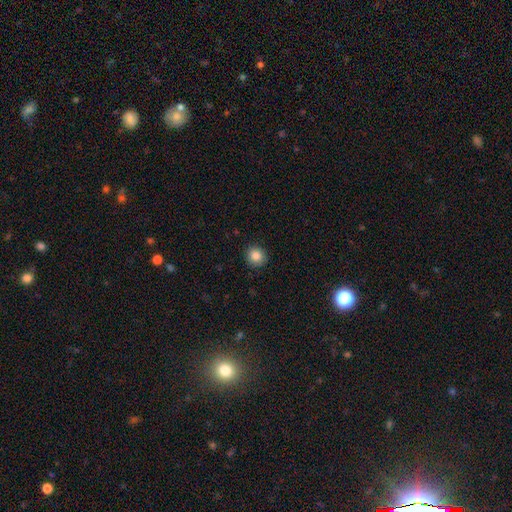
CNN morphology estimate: This is clearly a smooth galaxy (85%). How rounded: clearly round (88%). Merging: clearly none (91%).